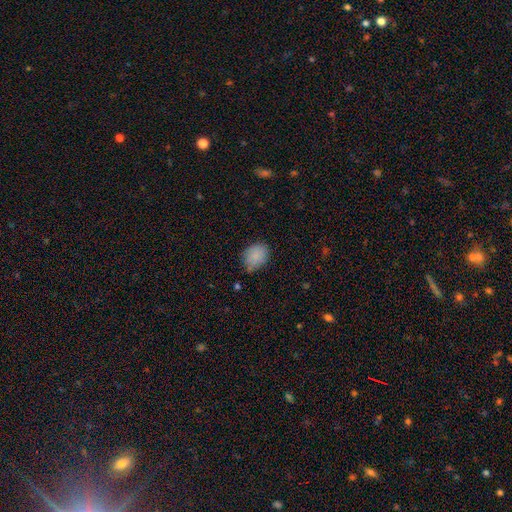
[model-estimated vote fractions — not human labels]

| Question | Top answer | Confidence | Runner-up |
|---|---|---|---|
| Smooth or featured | smooth | 85% | star or artifact (9%) |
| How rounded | in between | 59% | round (40%) |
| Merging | none | 70% | minor disturbance (24%) |